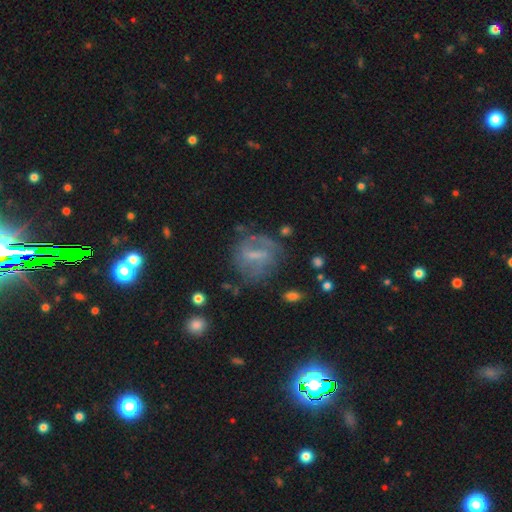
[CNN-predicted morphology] type=featured or disk (58%); edge-on=no (92%); bar=weak (46%); spiral arms=yes (60%); bulge=small (41%); merging=none (62%).